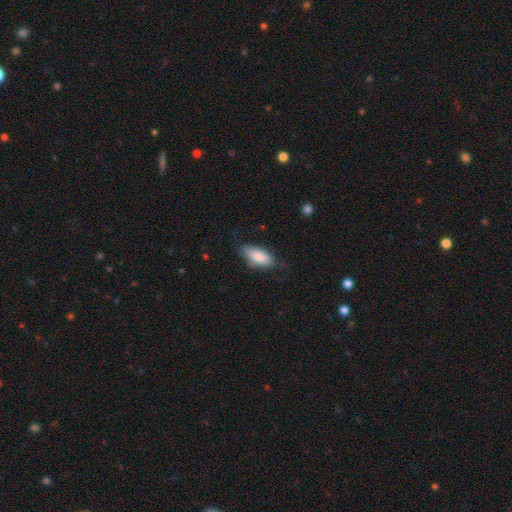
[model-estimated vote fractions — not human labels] Smooth or featured?
  - smooth: 84% *
  - featured or disk: 10%
  - star or artifact: 6%
How rounded?
  - in between: 87% *
  - cigar-shaped: 11%
  - round: 2%
Merging?
  - none: 72% *
  - minor disturbance: 22%
  - major disturbance: 5%
  - merger: 1%